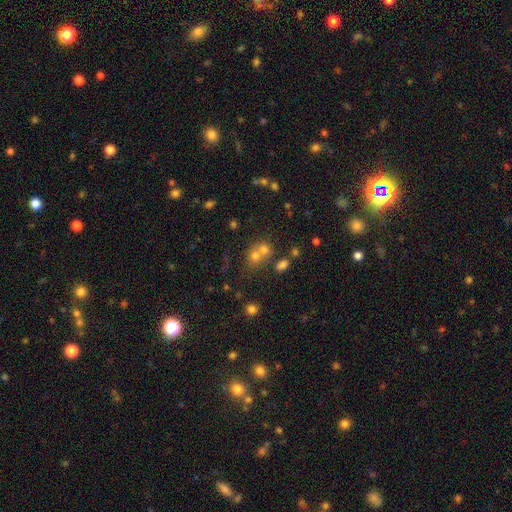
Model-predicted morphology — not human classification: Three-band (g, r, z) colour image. It shows a smooth galaxy with no disk features (63%) that is round (72%). Merging: merger (51%).